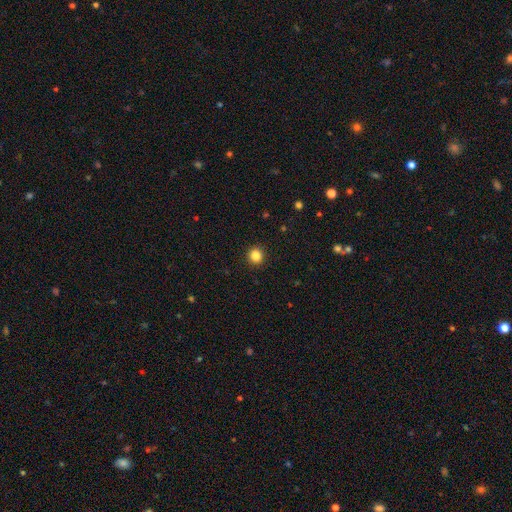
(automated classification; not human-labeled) Smooth or featured? smooth (85%)
How rounded? round (91%)
Merging? none (92%)